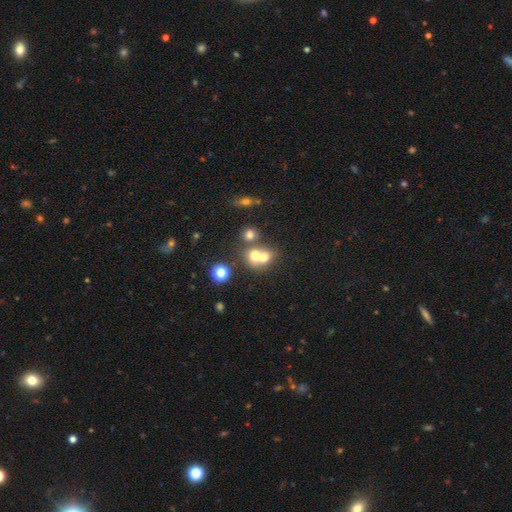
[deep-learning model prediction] A smooth galaxy with no disk features (66%) that is round (64%). Merging: merger (61%).